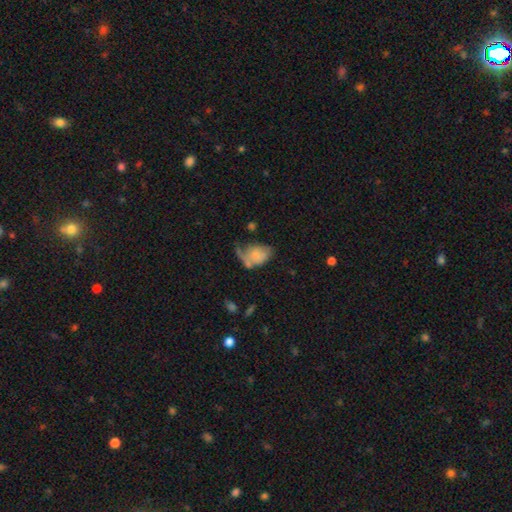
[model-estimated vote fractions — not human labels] This appears to be a smooth galaxy with no disk features (64%) that is in between round and cigar-shaped (73%). Merging: none (29%).